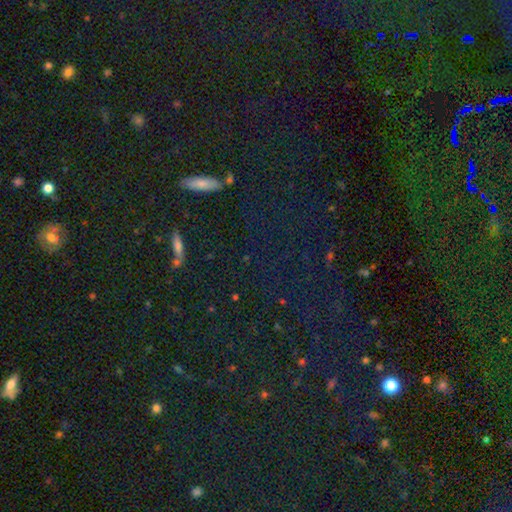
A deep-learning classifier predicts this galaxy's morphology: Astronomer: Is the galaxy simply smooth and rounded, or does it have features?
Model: star or artifact — 67%.